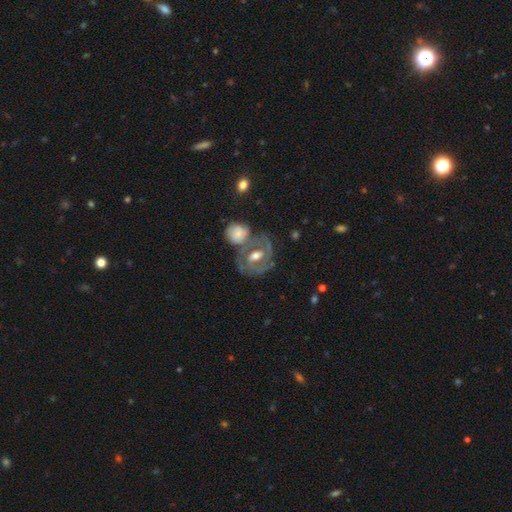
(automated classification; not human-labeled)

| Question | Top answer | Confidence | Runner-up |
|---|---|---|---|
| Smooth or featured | featured or disk | 74% | smooth (19%) |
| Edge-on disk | no | 96% | yes (4%) |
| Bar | weak | 42% | no (34%) |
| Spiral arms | yes | 78% | no (22%) |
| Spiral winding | tight | 53% | medium (37%) |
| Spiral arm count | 2 | 63% | can't tell (20%) |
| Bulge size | moderate | 67% | small (16%) |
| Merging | none | 51% | merger (24%) |